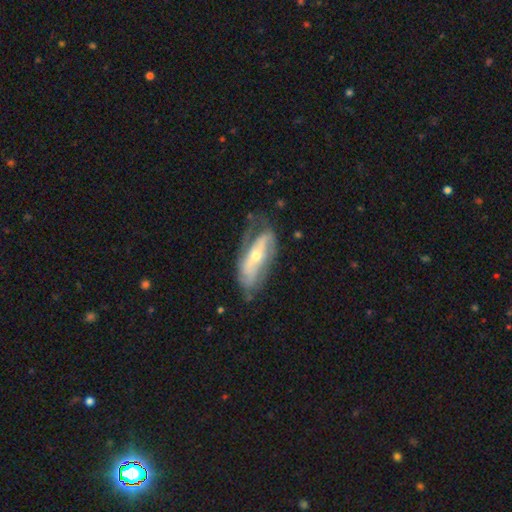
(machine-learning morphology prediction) type=featured or disk (73%); edge-on=no (85%); bar=no (43%); spiral arms=yes (79%); bulge=small (49%); merging=none (54%).